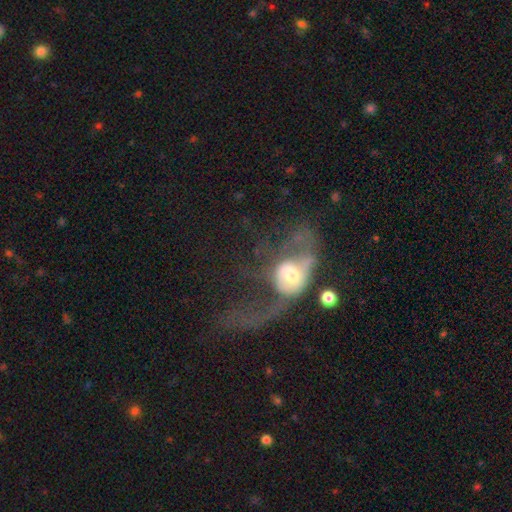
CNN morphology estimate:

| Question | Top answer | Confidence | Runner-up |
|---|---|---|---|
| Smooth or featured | featured or disk | 57% | smooth (28%) |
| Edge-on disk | no | 92% | yes (8%) |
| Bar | no | 77% | weak (17%) |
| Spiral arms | no | 62% | yes (38%) |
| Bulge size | moderate | 54% | small (20%) |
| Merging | major disturbance | 64% | merger (14%) |